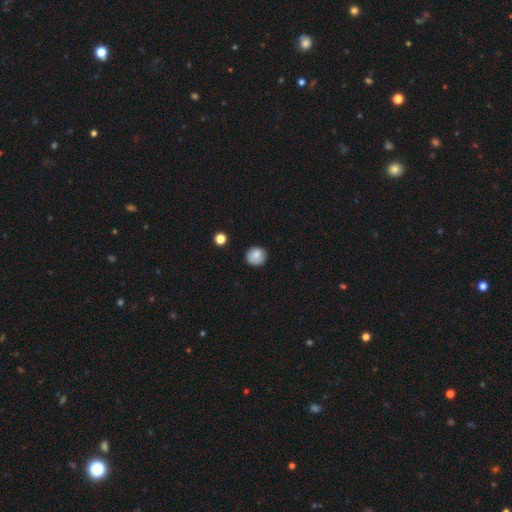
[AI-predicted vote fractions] Smooth or featured? smooth (83%)
How rounded? round (88%)
Merging? none (85%)